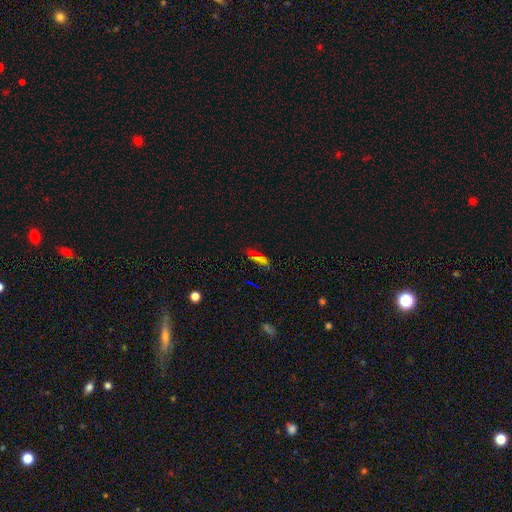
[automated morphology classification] Smooth or featured? smooth (56%)
How rounded? cigar-shaped (53%)
Merging? none (65%)